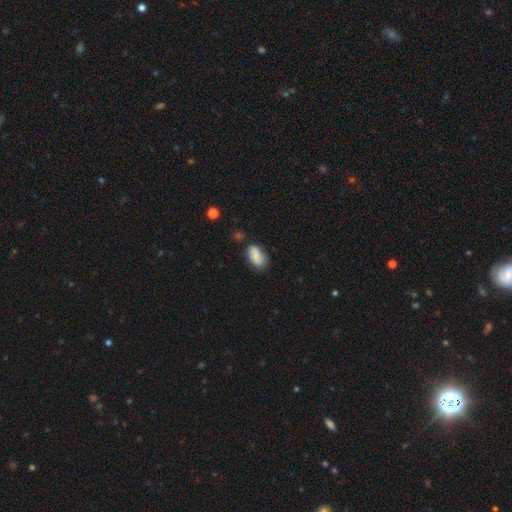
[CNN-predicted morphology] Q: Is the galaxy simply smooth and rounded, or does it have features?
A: smooth — 71%.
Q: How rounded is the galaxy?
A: in between — 91%.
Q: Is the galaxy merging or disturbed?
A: none — 60%.